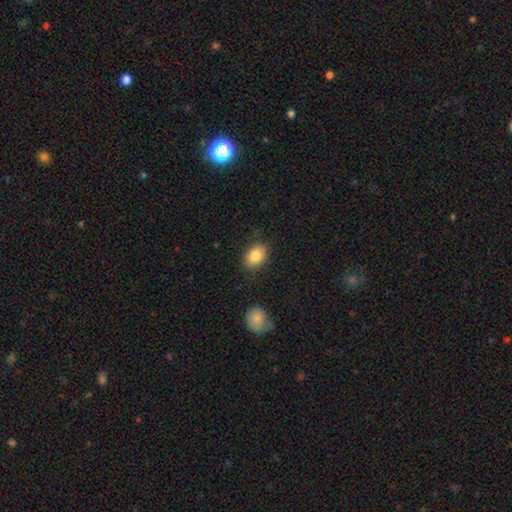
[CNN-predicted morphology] smooth-or-featured: smooth: 83% | featured or disk: 9% | star or artifact: 8%
  how-rounded: in between: 78% | round: 21% | cigar-shaped: 1%
  merging: none: 84% | minor disturbance: 11% | major disturbance: 3% | merger: 2%